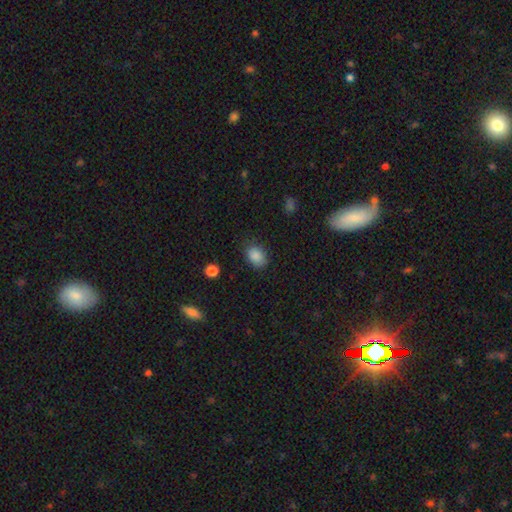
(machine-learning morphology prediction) Smooth or featured? smooth (87%)
How rounded? in between (72%)
Merging? none (79%)